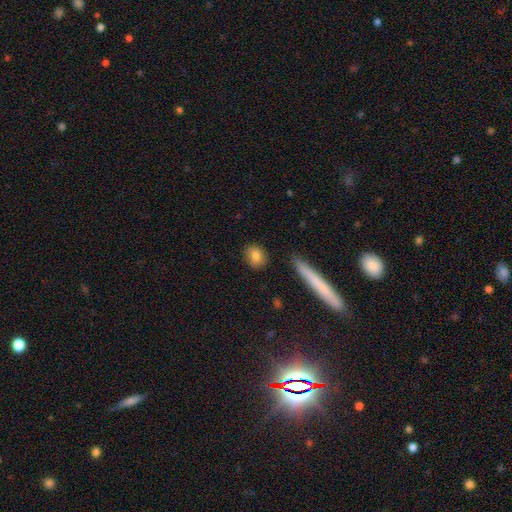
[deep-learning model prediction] A smooth galaxy with no disk features (80%) that is round (69%).

Vote fractions:
- Smooth or featured? smooth: 80% / featured or disk: 11% / star or artifact: 8%
- How rounded? round: 69% / in between: 27% / cigar-shaped: 4%
- Merging? none: 86% / minor disturbance: 9% / major disturbance: 2% / merger: 2%